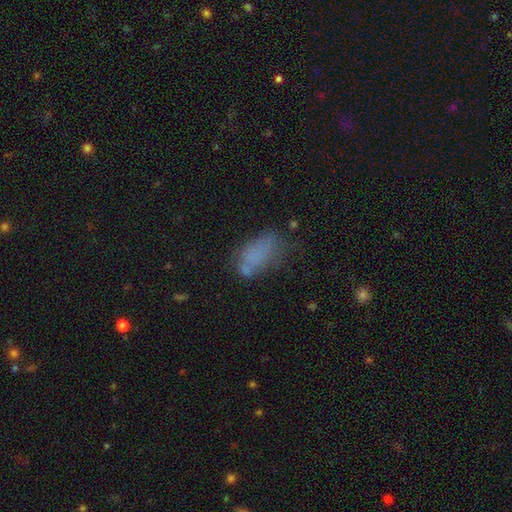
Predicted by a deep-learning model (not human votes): Smooth or featured? Predicted: smooth (p=0.68). How rounded? Predicted: in between (p=0.87). Merging? Predicted: none (p=0.43).